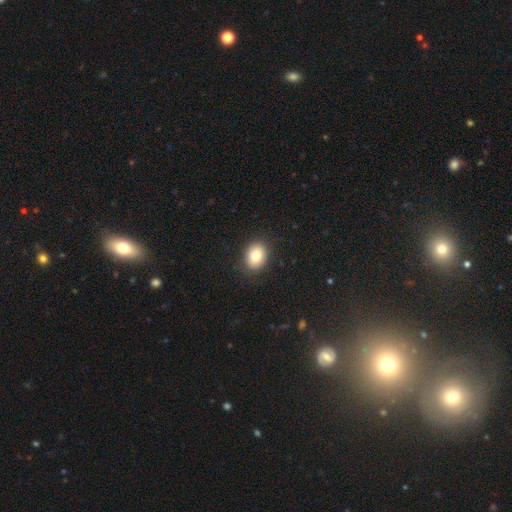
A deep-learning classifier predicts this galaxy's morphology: Q: Smooth or featured?
A: smooth (83%); runner-up: star or artifact (9%)
Q: How rounded?
A: in between (60%); runner-up: round (39%)
Q: Merging?
A: none (88%); runner-up: minor disturbance (9%)